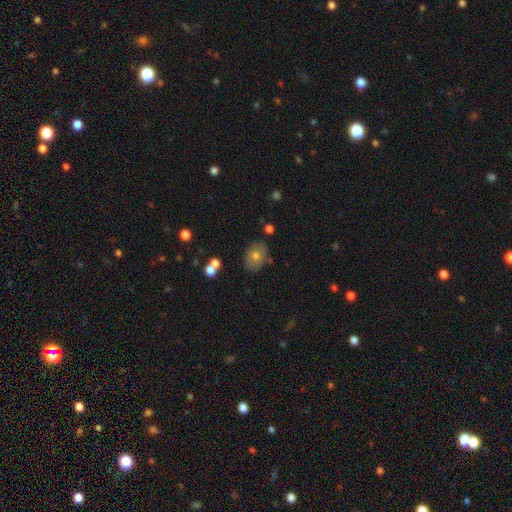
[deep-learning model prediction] Smooth or featured? smooth (68%)
How rounded? in between (64%)
Merging? none (79%)